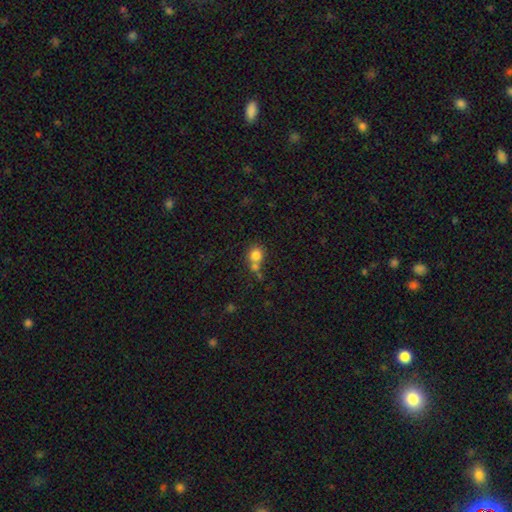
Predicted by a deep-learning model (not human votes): Q: Smooth or featured?
A: smooth (81%); runner-up: star or artifact (11%)
Q: How rounded?
A: round (84%); runner-up: in between (15%)
Q: Merging?
A: none (49%); runner-up: merger (37%)